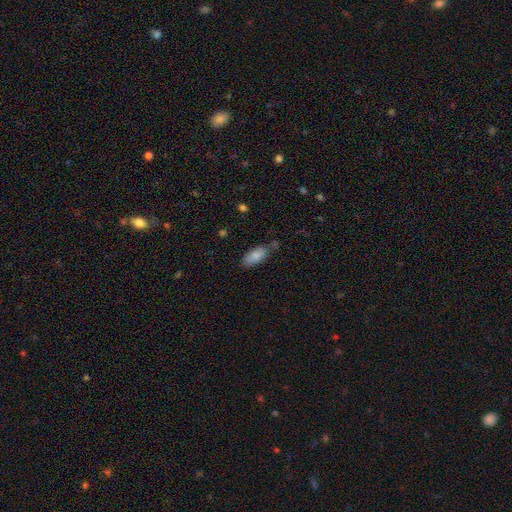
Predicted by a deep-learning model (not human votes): Smooth or featured: smooth — 83% (featured or disk — 10%)
How rounded: in between — 87% (cigar-shaped — 11%)
Merging: none — 68% (minor disturbance — 21%)